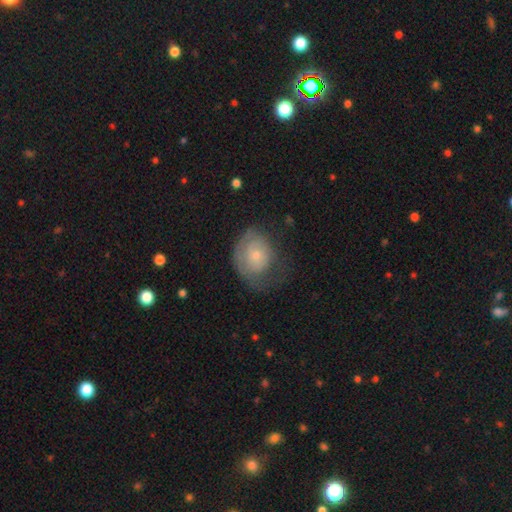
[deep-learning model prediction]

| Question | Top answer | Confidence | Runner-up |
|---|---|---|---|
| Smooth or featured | smooth | 50% | featured or disk (42%) |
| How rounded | round | 55% | in between (44%) |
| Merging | none | 43% | minor disturbance (29%) |